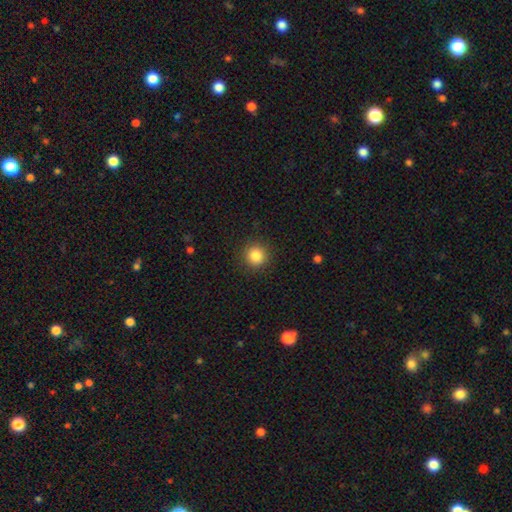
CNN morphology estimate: A smooth galaxy with no disk features (85%) that is round (93%).

Vote fractions:
- Smooth or featured? smooth: 85% / star or artifact: 11% / featured or disk: 5%
- How rounded? round: 93% / in between: 6% / cigar-shaped: 1%
- Merging? none: 91% / minor disturbance: 6% / major disturbance: 2% / merger: 1%